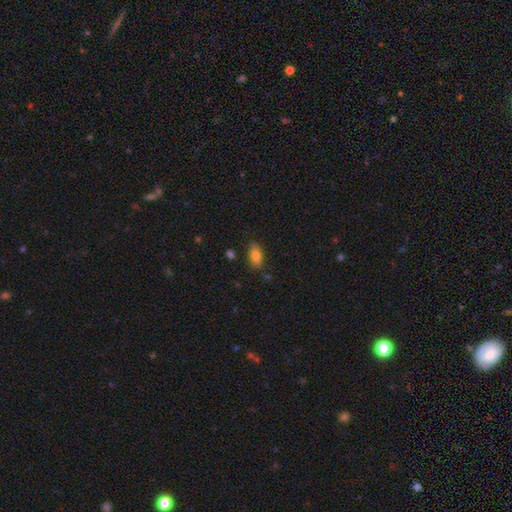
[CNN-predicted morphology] This appears to be a smooth galaxy with no disk features (83%) that is in between round and cigar-shaped (89%). Merging: none (79%).